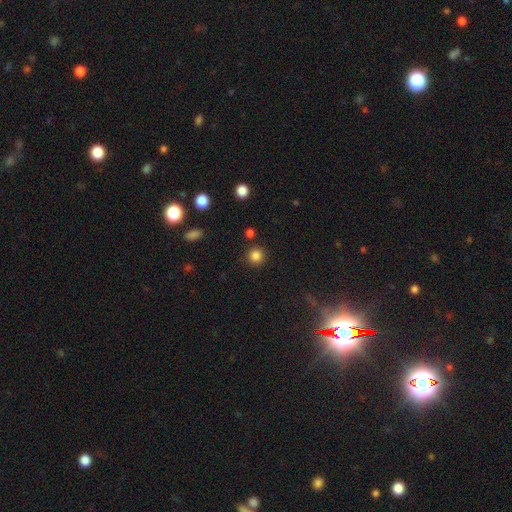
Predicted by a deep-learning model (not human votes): This appears to be a smooth galaxy with no disk features (83%) that is round (94%). Merging: none (89%).